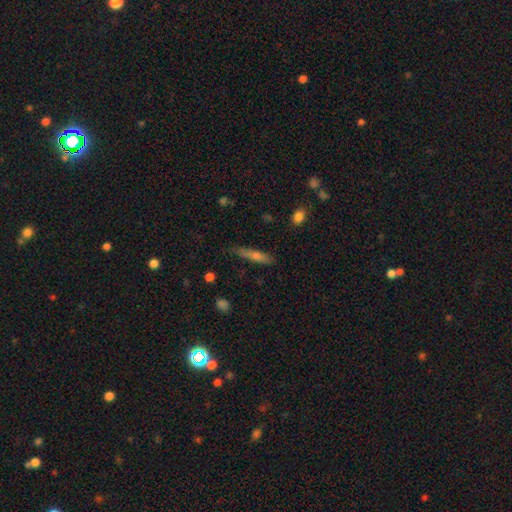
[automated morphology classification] A smooth galaxy with no disk features (55%) that is cigar-shaped (87%). Merging: none (79%).